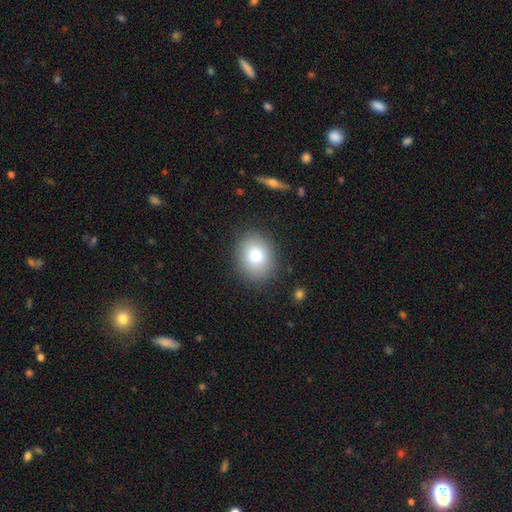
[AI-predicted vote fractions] This appears to be a smooth galaxy with no disk features (78%) that is round (60%). Merging: none (86%).